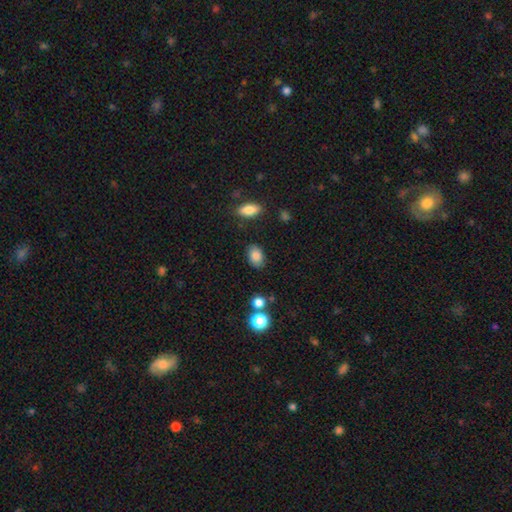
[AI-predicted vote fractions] smooth-or-featured: smooth: 85% | star or artifact: 8% | featured or disk: 6%
  how-rounded: in between: 82% | round: 16% | cigar-shaped: 1%
  merging: none: 81% | minor disturbance: 13% | major disturbance: 3% | merger: 2%